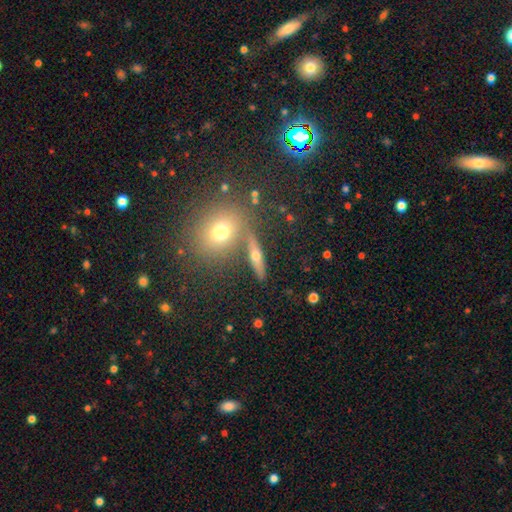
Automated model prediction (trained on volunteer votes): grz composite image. It shows a smooth galaxy with no disk features (47%). Merging: none (75%).